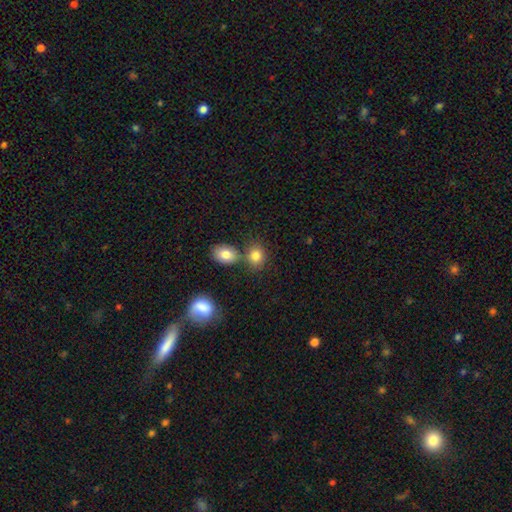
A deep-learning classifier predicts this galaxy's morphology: smooth-or-featured: smooth: 82% | star or artifact: 10% | featured or disk: 8%
  how-rounded: round: 58% | in between: 40% | cigar-shaped: 1%
  merging: none: 56% | merger: 29% | minor disturbance: 11% | major disturbance: 4%